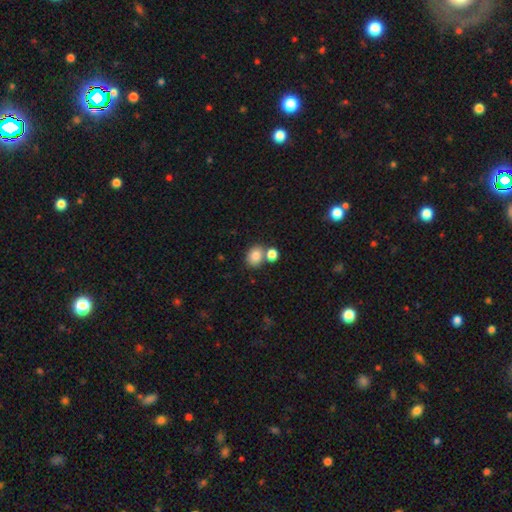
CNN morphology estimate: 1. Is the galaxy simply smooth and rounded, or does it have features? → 82% smooth, 10% star or artifact, 8% featured or disk.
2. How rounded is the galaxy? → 58% round, 41% in between, 1% cigar-shaped.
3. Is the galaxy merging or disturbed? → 57% none, 30% merger, 10% minor disturbance, 3% major disturbance.